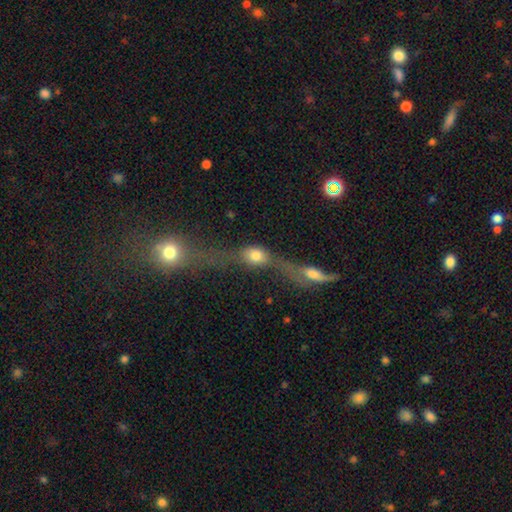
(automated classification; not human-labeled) Morphology: type=smooth (62%); roundness=in between (50%); merging=merger (48%).